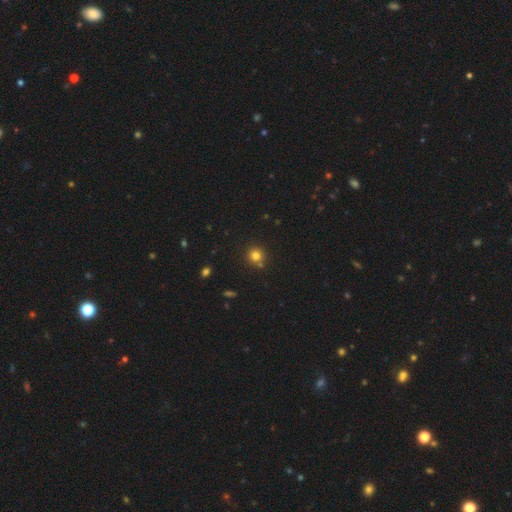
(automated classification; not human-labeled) This is likely a smooth galaxy (79%). How rounded: clearly round (93%). Merging: likely none (79%).